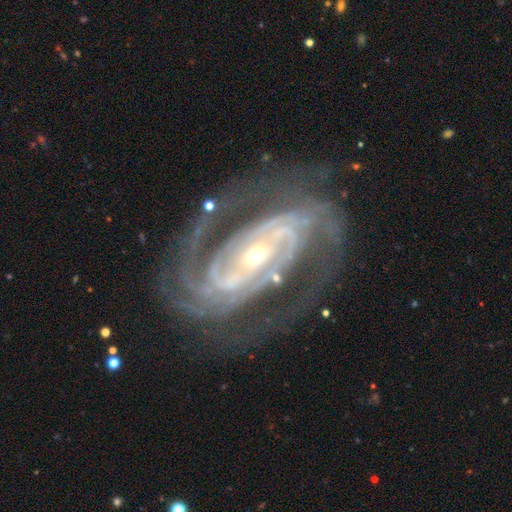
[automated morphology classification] A featured or disk galaxy (92%) with a strong bar (50%), 2 (37%) tight (59%) spiral arms (98%) and a small central bulge (63%). Merging: none (73%).